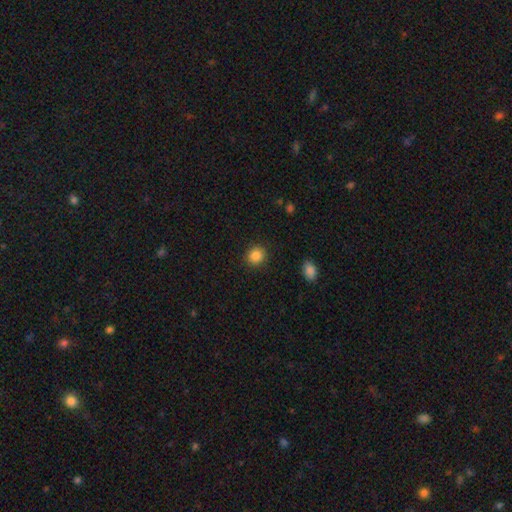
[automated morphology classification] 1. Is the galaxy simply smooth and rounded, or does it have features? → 87% smooth, 10% star or artifact, 4% featured or disk.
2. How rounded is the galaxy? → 83% round, 16% in between, 1% cigar-shaped.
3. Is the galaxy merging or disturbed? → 89% none, 7% minor disturbance, 3% major disturbance, 1% merger.